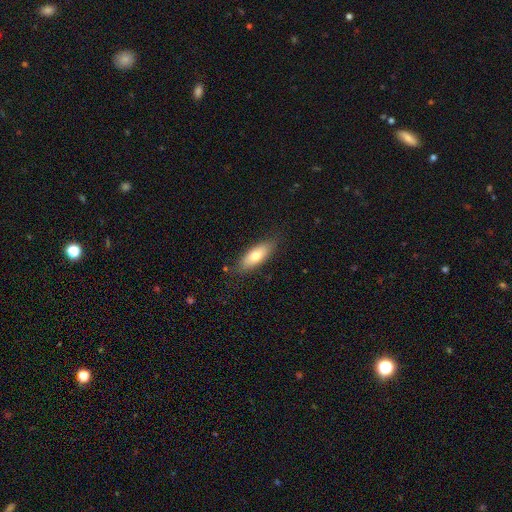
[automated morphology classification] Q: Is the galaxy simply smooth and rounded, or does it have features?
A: smooth — 70%.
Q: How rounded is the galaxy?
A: in between — 73%.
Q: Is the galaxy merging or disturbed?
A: none — 83%.